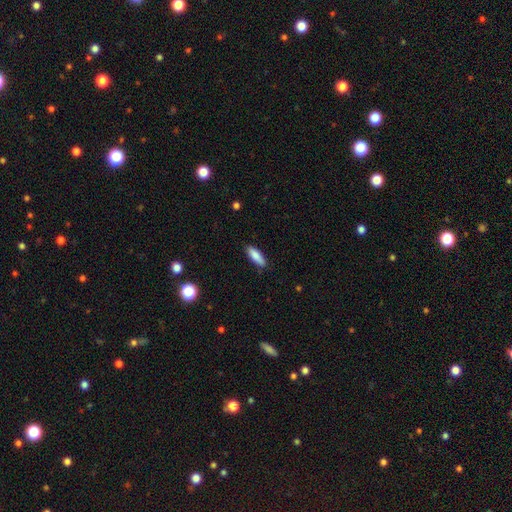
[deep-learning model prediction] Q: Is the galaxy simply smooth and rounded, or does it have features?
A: smooth — 84%.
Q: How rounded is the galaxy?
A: in between — 54%.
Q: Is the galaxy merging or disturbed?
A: none — 84%.